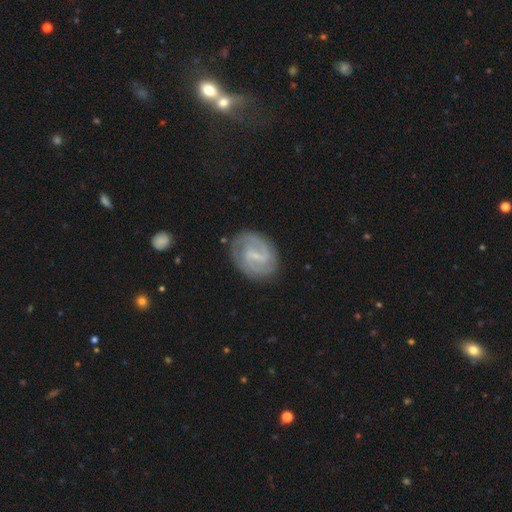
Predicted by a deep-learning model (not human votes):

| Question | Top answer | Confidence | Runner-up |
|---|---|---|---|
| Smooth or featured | featured or disk | 84% | smooth (11%) |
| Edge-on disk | no | 97% | yes (3%) |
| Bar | weak | 57% | strong (25%) |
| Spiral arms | yes | 96% | no (4%) |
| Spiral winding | medium | 44% | tight (43%) |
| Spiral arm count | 2 | 73% | can't tell (11%) |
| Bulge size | small | 73% | moderate (15%) |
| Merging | none | 80% | minor disturbance (14%) |